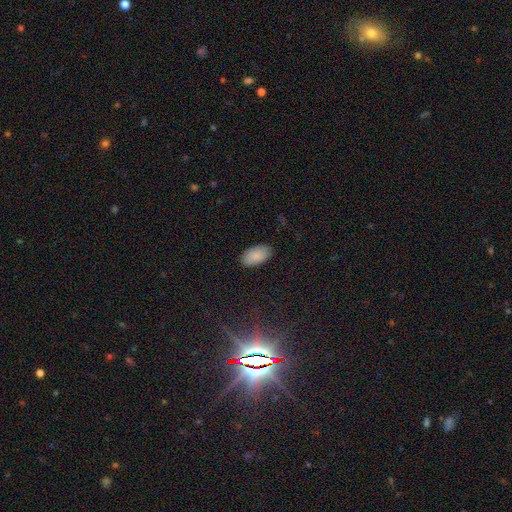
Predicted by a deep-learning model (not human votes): smooth_or_featured: smooth (p=0.86) [alt: star or artifact p=0.07]
how_rounded: in between (p=0.95) [alt: round p=0.03]
merging: none (p=0.85) [alt: minor disturbance p=0.12]